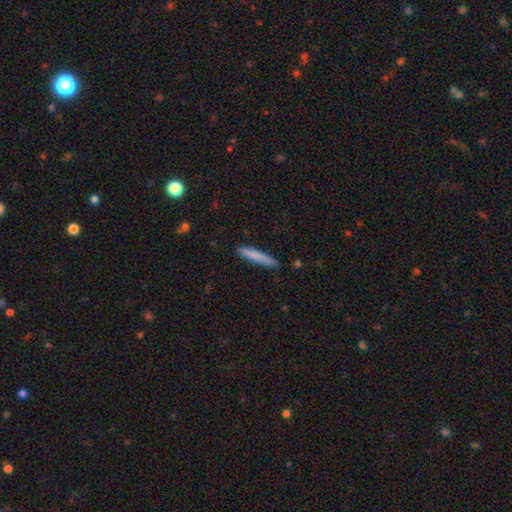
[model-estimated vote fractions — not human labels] Smooth or featured? smooth (77%)
How rounded? cigar-shaped (94%)
Merging? none (86%)